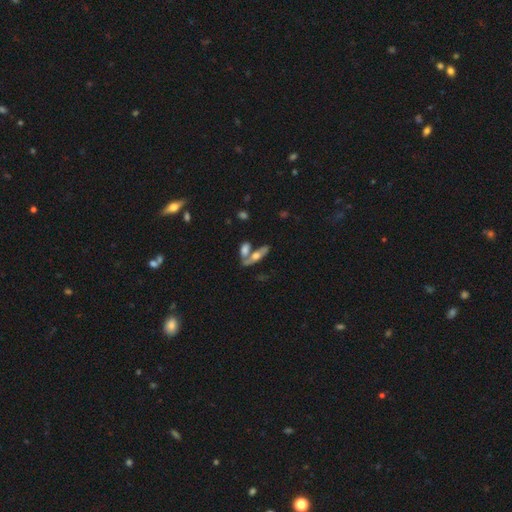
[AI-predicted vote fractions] smooth-or-featured: featured or disk: 51% | smooth: 41% | star or artifact: 8%
  disk-edge-on: yes: 69% | no: 31%
  merging: none: 46% | merger: 37% | minor disturbance: 11% | major disturbance: 5%